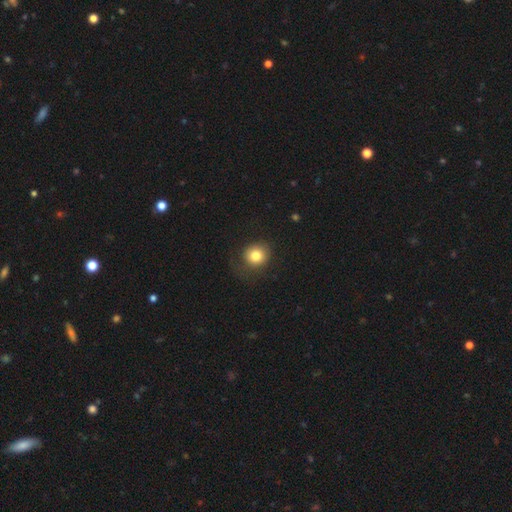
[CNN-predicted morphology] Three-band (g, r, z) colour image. It shows a smooth galaxy with no disk features (80%) that is round (84%). Merging: none (70%).